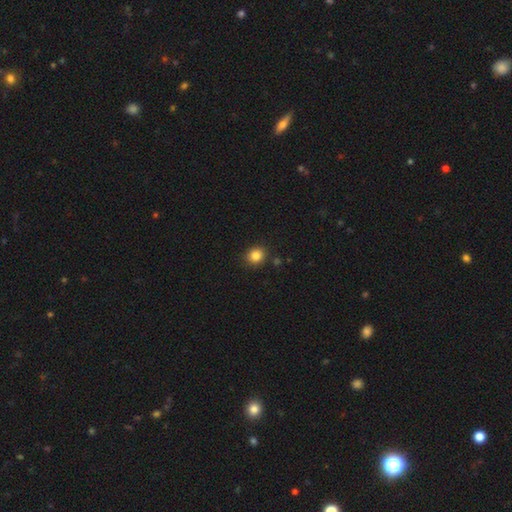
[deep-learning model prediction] smooth_or_featured: smooth (p=0.84) [alt: star or artifact p=0.11]
how_rounded: round (p=0.81) [alt: in between p=0.18]
merging: none (p=0.88) [alt: minor disturbance p=0.08]